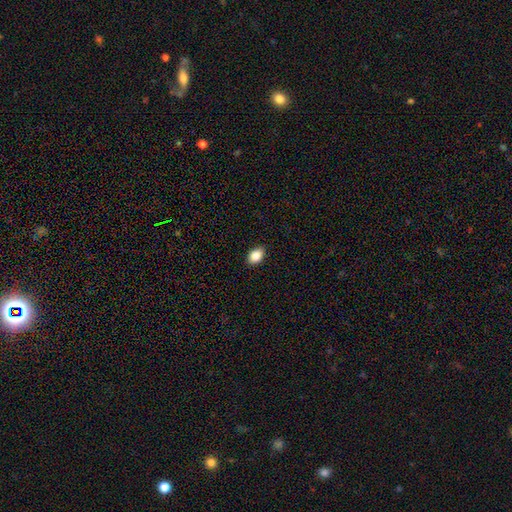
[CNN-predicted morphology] Smooth or featured? Predicted: smooth (p=0.87). How rounded? Predicted: in between (p=0.81). Merging? Predicted: none (p=0.89).